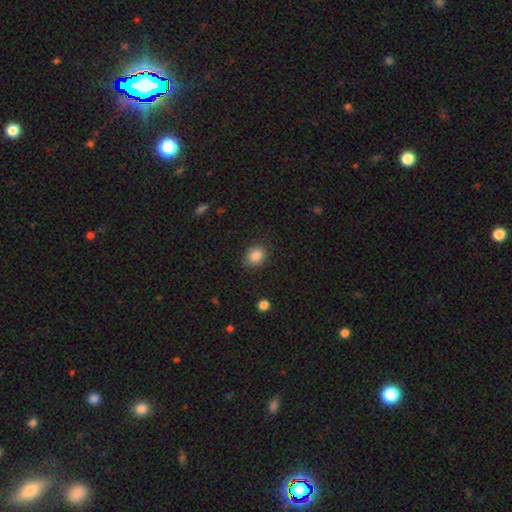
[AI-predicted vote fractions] smooth-or-featured: smooth: 86% | star or artifact: 10% | featured or disk: 5%
  how-rounded: round: 62% | in between: 38% | cigar-shaped: 1%
  merging: none: 83% | minor disturbance: 12% | major disturbance: 3% | merger: 1%